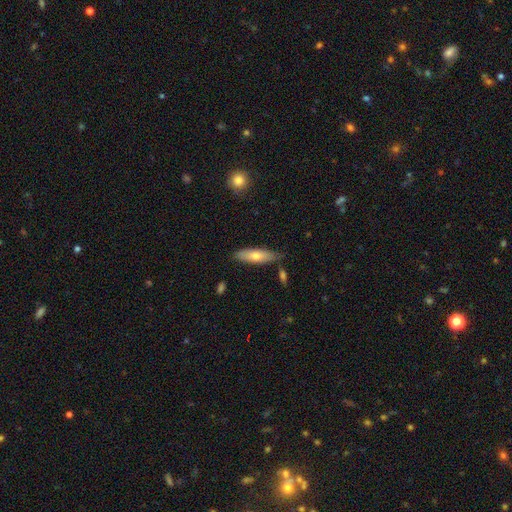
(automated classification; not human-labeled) Morphology: type=smooth (62%); roundness=cigar-shaped (56%); merging=none (79%).